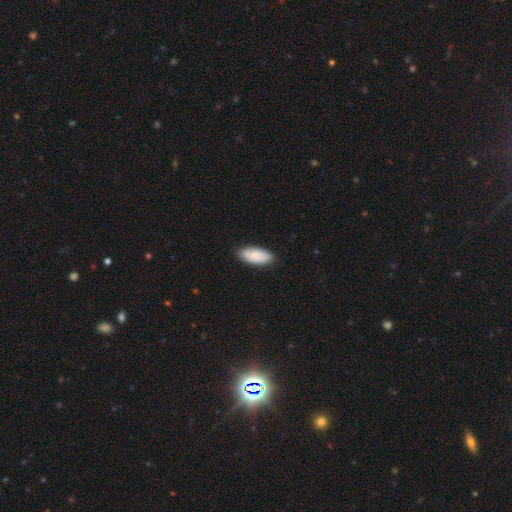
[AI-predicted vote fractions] A smooth galaxy with no disk features (79%) that is in between round and cigar-shaped (89%). Merging: none (87%).